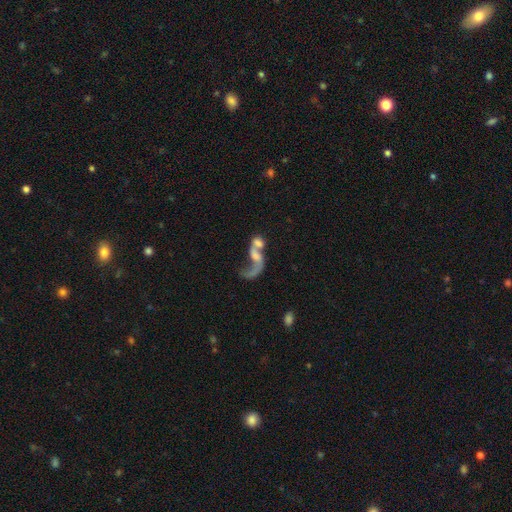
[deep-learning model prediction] Overall: featured or disk (62%; smooth 28%). Edge-on disk: no (95%). Bar: no (64%; weak 28%). Spiral arms: yes (65%; no 35%). Bulge size: small (31%; none 29%). Merging: merger (61%).